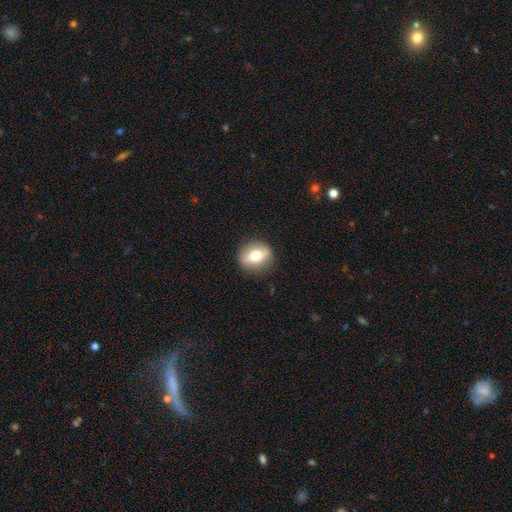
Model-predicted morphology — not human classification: A smooth galaxy with no disk features (57%) that is round (70%). Merging: none (88%).